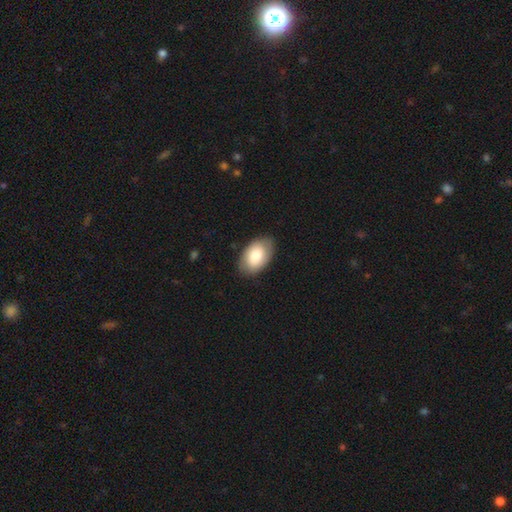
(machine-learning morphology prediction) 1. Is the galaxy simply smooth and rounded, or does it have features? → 82% smooth, 13% featured or disk, 6% star or artifact.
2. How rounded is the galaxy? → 93% in between, 6% round, 1% cigar-shaped.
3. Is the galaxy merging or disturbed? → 83% none, 13% minor disturbance, 3% major disturbance, 1% merger.